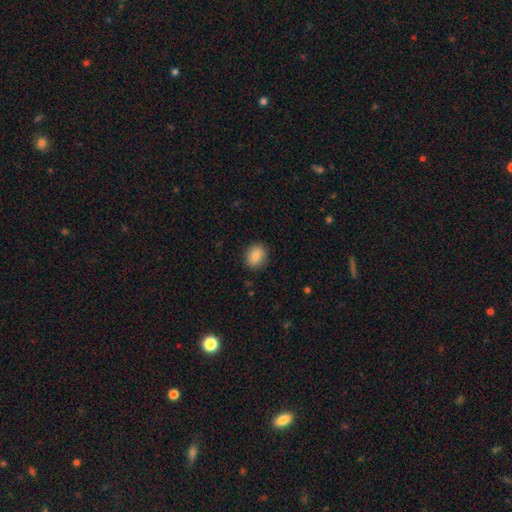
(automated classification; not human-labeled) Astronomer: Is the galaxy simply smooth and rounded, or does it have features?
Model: smooth — 85%.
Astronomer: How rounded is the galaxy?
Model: round — 63%.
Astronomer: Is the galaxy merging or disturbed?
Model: none — 88%.